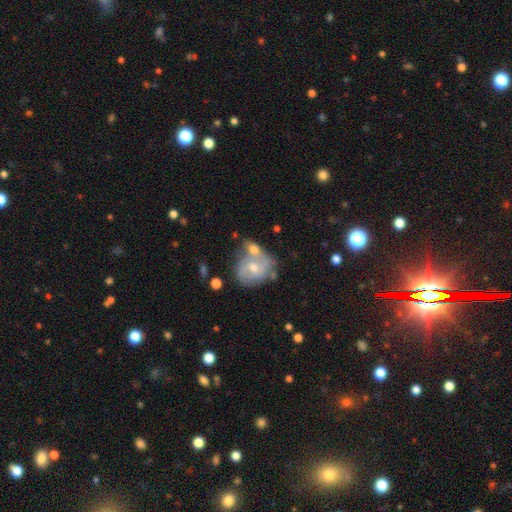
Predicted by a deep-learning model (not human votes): Smooth or featured: featured or disk — 59% (smooth — 30%)
Edge-on disk: no — 96% (yes — 4%)
Bar: no — 62% (weak — 31%)
Spiral arms: yes — 74% (no — 26%)
Bulge size: moderate — 53% (small — 42%)
Merging: none — 44% (merger — 34%)